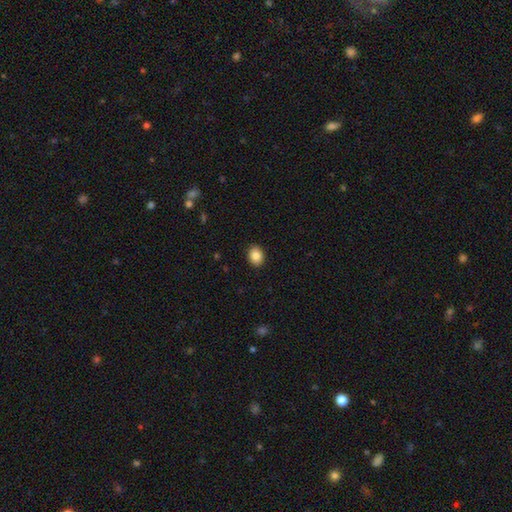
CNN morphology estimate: The model was most divided on "how rounded": in between: 54%, round: 45%, cigar-shaped: 1%. More confident: merging — none (90%); smooth or featured — smooth (86%).